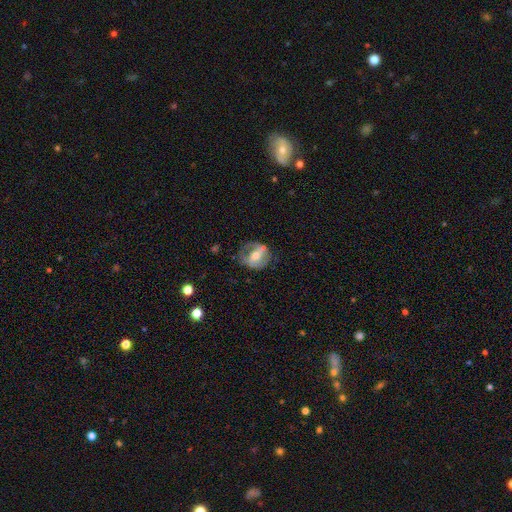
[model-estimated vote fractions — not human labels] smooth_or_featured: featured or disk (p=0.65) [alt: smooth p=0.28]
disk_edge_on: no (p=0.94) [alt: yes p=0.06]
bar: strong (p=0.39) [alt: weak p=0.36]
has_spiral_arms: yes (p=0.59) [alt: no p=0.41]
bulge_size: moderate (p=0.61) [alt: small p=0.33]
merging: none (p=0.55) [alt: minor disturbance p=0.24]